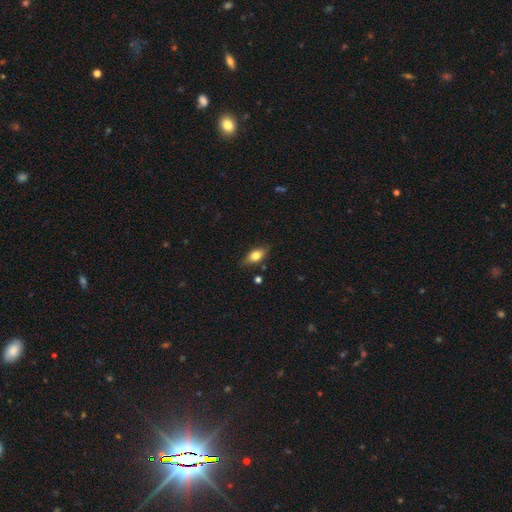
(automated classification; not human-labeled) Overall: smooth (73%). How rounded: in between (83%). Merging: none (79%).